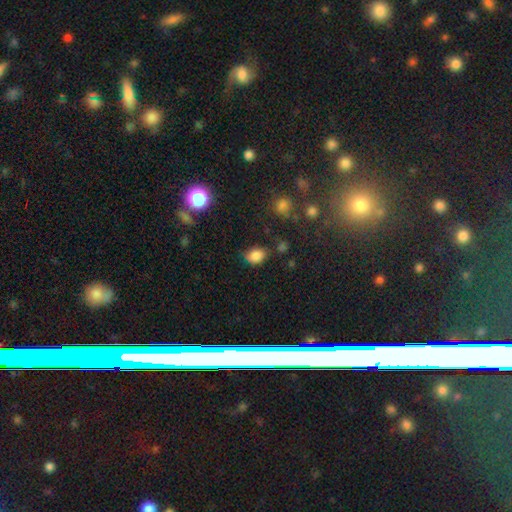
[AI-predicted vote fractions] Morphology: type=smooth (82%); roundness=in between (70%); merging=none (60%).